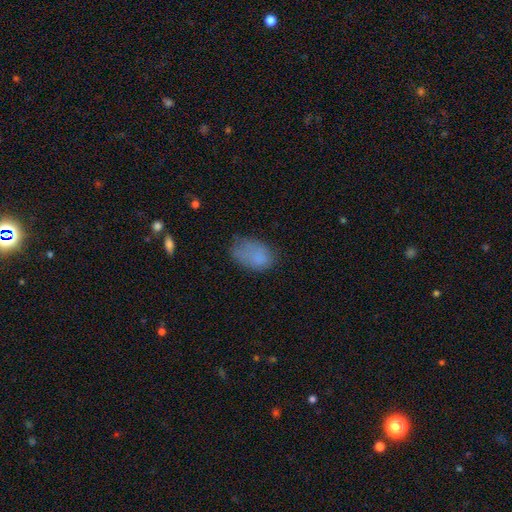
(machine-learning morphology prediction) A smooth galaxy with no disk features (76%) that is in between round and cigar-shaped (90%). Merging: none (47%).